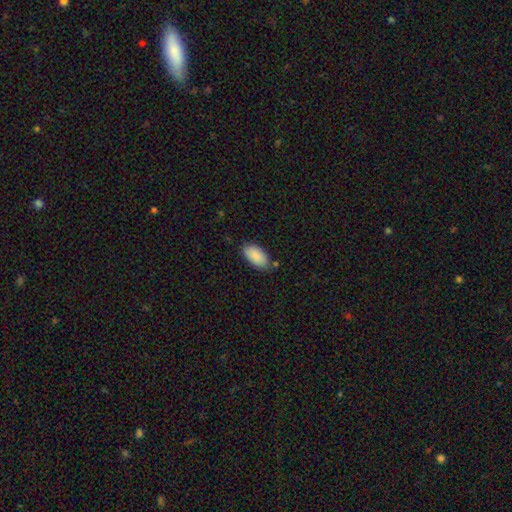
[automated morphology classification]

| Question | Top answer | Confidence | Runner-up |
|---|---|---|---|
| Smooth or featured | smooth | 89% | star or artifact (7%) |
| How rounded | in between | 95% | cigar-shaped (3%) |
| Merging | none | 74% | minor disturbance (18%) |